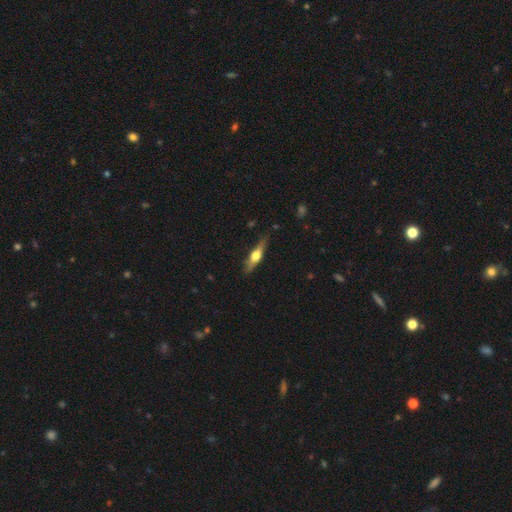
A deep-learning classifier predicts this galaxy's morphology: featured or disk 62%, smooth 32%, star or artifact 6%. Down the decision tree: edge-on disk — yes (95%); edge-on bulge — rounded (93%); merging — none (81%).